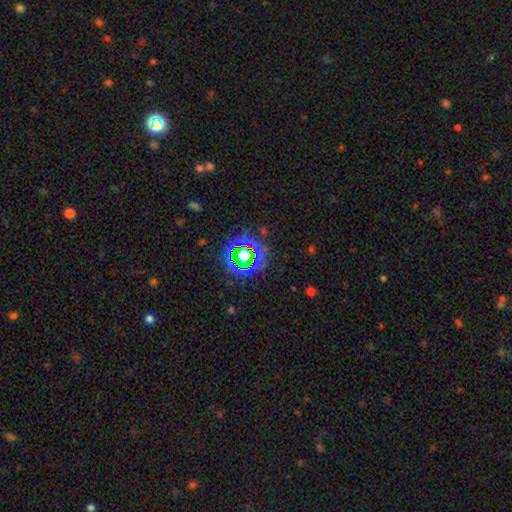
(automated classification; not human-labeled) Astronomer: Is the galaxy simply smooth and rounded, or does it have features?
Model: star or artifact — 75%.